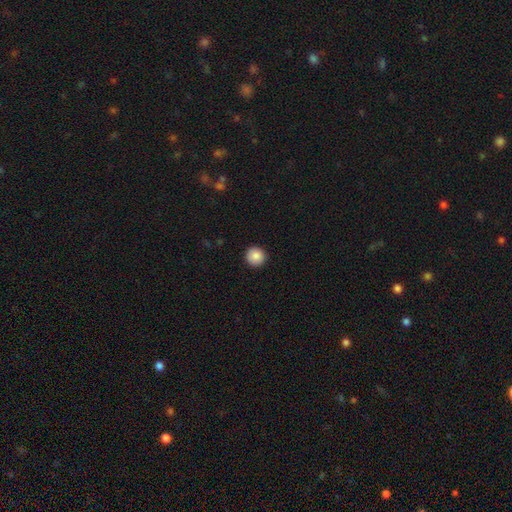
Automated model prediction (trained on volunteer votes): Smooth or featured?
  - smooth: 87% *
  - star or artifact: 8%
  - featured or disk: 4%
How rounded?
  - round: 95% *
  - in between: 4%
  - cigar-shaped: 1%
Merging?
  - none: 93% *
  - minor disturbance: 5%
  - major disturbance: 1%
  - merger: 1%